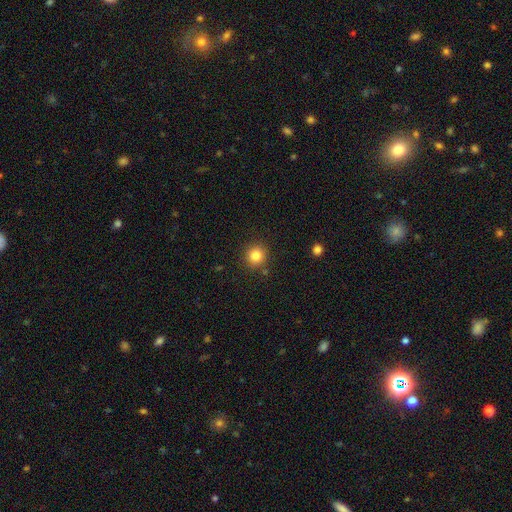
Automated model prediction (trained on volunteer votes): The model was most divided on "smooth or featured": smooth: 82%, star or artifact: 12%, featured or disk: 6%. More confident: how rounded — round (92%); merging — none (87%).